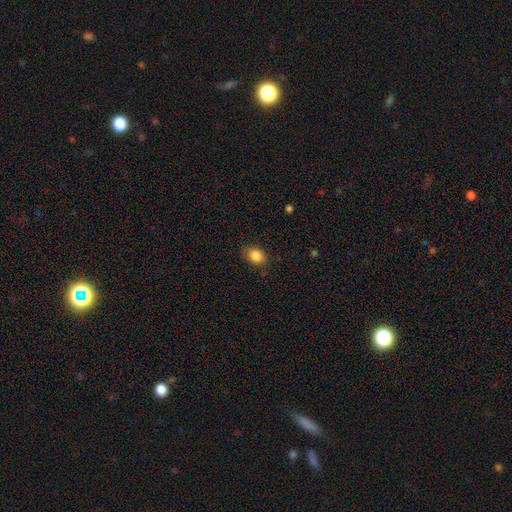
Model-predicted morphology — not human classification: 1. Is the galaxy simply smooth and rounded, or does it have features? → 85% smooth, 9% star or artifact, 6% featured or disk.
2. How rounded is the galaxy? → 63% in between, 36% round, 1% cigar-shaped.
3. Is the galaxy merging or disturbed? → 78% none, 17% minor disturbance, 4% major disturbance, 1% merger.